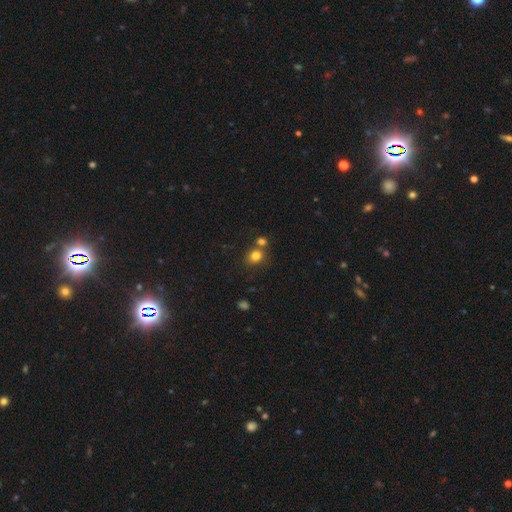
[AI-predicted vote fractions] Overall: smooth (80%). How rounded: round (68%; in between 31%). Merging: none (61%; merger 26%).